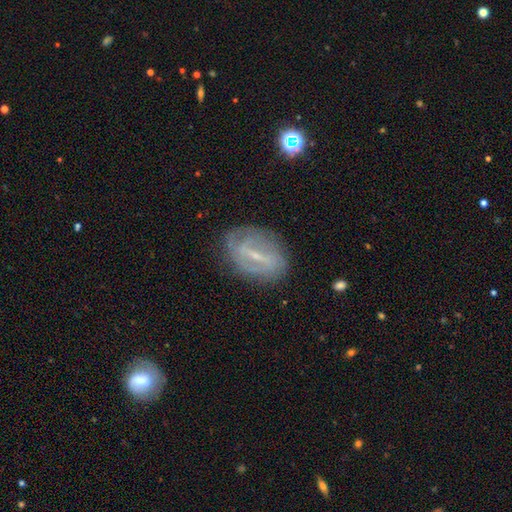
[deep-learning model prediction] Smooth or featured?
  - featured or disk: 71% *
  - smooth: 19%
  - star or artifact: 9%
Edge-on disk?
  - no: 91% *
  - yes: 9%
Bar?
  - strong: 57% *
  - weak: 34%
  - no: 10%
Spiral arms?
  - yes: 71% *
  - no: 29%
Bulge size?
  - small: 67% *
  - moderate: 19%
  - none: 11%
  - large: 1%
  - dominant: 1%
Merging?
  - none: 75% *
  - minor disturbance: 17%
  - major disturbance: 6%
  - merger: 2%